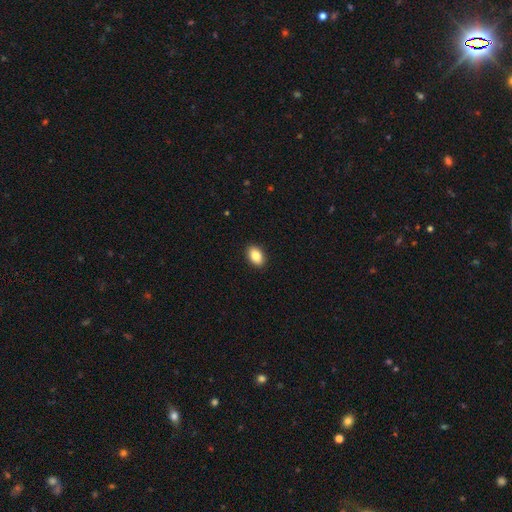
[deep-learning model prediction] The model was most divided on "how rounded": in between: 89%, round: 10%, cigar-shaped: 1%. More confident: merging — none (91%); smooth or featured — smooth (86%).